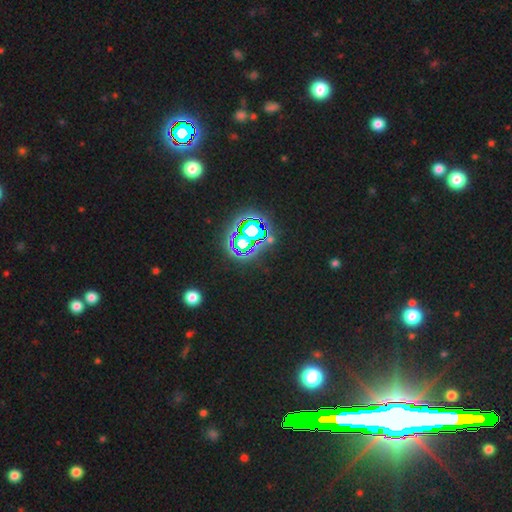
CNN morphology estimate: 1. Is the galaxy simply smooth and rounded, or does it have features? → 81% star or artifact, 10% smooth, 9% featured or disk.